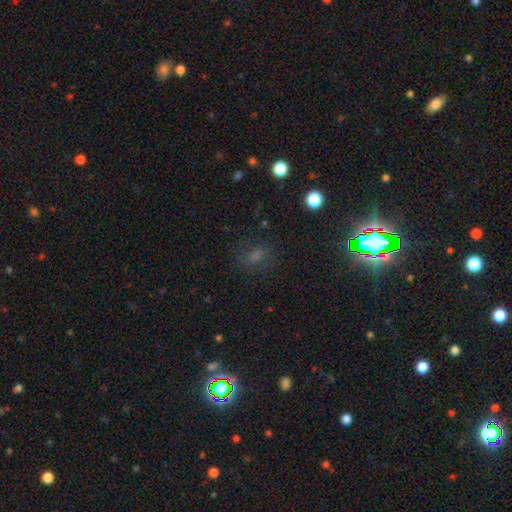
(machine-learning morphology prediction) A smooth galaxy with no disk features (47%).

Vote fractions:
- Smooth or featured? smooth: 47% / star or artifact: 40% / featured or disk: 13%
- Merging? none: 76% / minor disturbance: 14% / major disturbance: 8% / merger: 2%